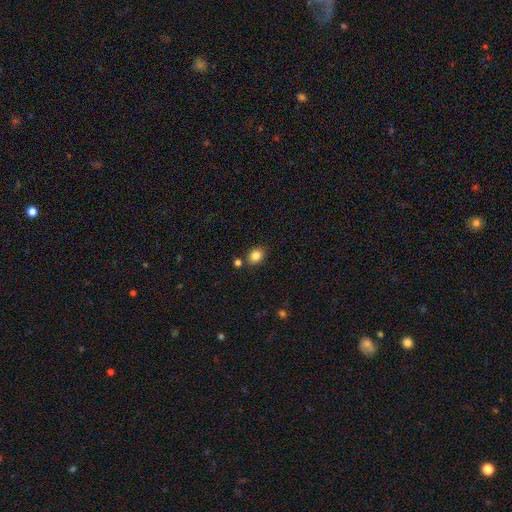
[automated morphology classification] Smooth or featured?
  - smooth: 85% *
  - star or artifact: 10%
  - featured or disk: 5%
How rounded?
  - in between: 54% *
  - round: 45%
  - cigar-shaped: 1%
Merging?
  - none: 78% *
  - minor disturbance: 11%
  - merger: 7%
  - major disturbance: 3%